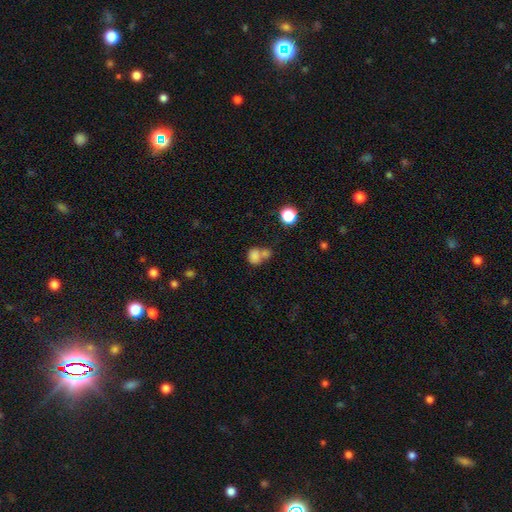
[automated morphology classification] Smooth or featured? Predicted: smooth (p=0.78). How rounded? Predicted: round (p=0.62). Merging? Predicted: merger (p=0.56).